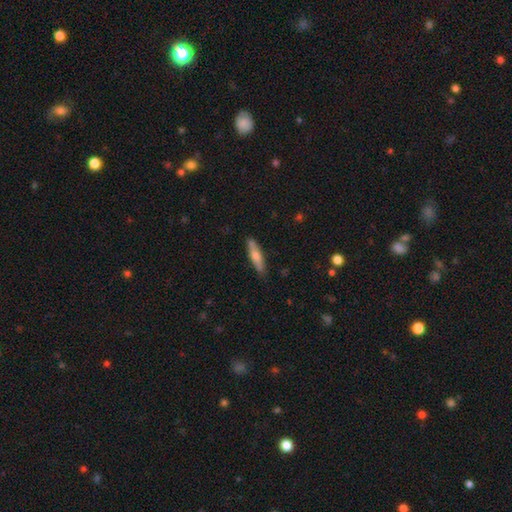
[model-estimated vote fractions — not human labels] Smooth or featured?
  - smooth: 61% *
  - featured or disk: 33%
  - star or artifact: 6%
How rounded?
  - cigar-shaped: 79% *
  - in between: 19%
  - round: 2%
Merging?
  - none: 85% *
  - minor disturbance: 11%
  - major disturbance: 2%
  - merger: 1%